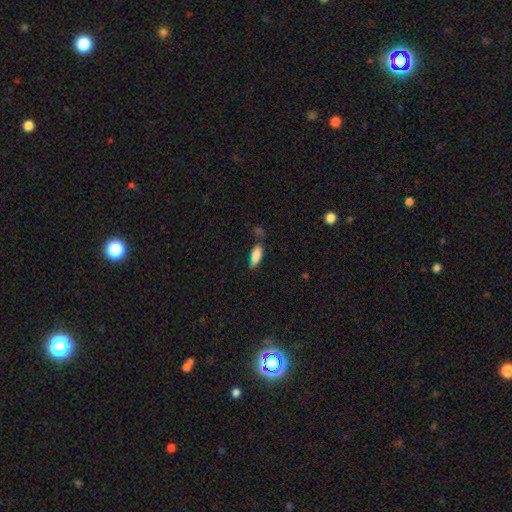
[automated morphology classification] Smooth or featured: smooth — 82% (featured or disk — 11%)
How rounded: in between — 76% (cigar-shaped — 21%)
Merging: none — 48% (minor disturbance — 30%)